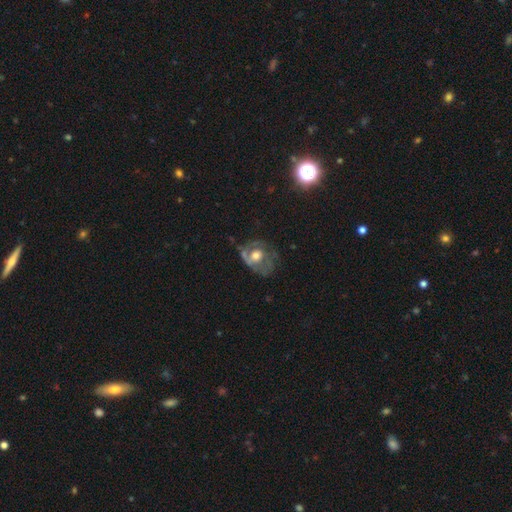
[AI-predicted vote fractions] The model was most divided on "merging": none: 44%, major disturbance: 29%, minor disturbance: 24%, merger: 3%. More confident: edge-on disk — no (97%); bar — no (76%); bulge size — moderate (69%); smooth or featured — featured or disk (67%); spiral arms — yes (62%).